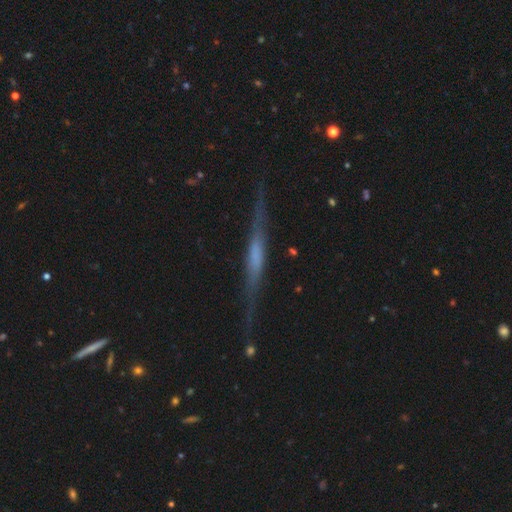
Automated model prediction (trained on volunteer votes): Smooth or featured? featured or disk (68%)
Edge-on disk? yes (94%)
Edge-on bulge? boxy (38%)
Merging? none (76%)